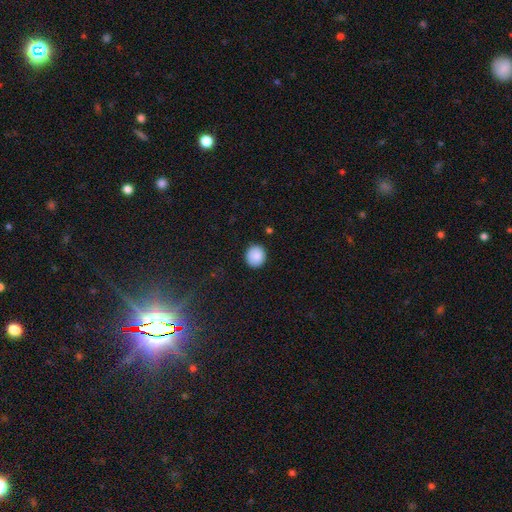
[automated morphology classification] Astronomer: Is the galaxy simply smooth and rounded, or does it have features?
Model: smooth — 88%.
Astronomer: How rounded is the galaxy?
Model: round — 85%.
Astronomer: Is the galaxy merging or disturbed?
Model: none — 89%.